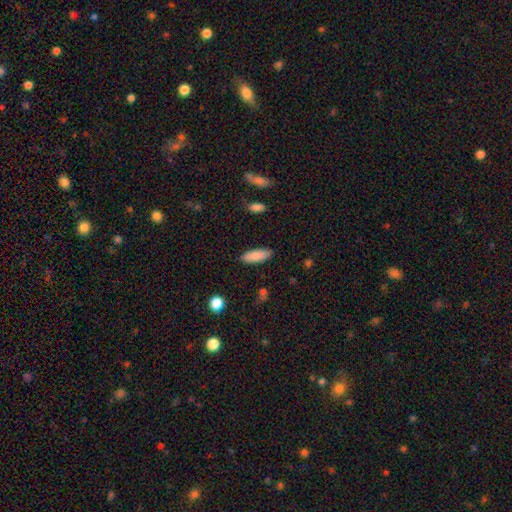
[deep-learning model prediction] Overall: smooth (87%). How rounded: in between (63%; cigar-shaped 35%). Merging: none (88%).